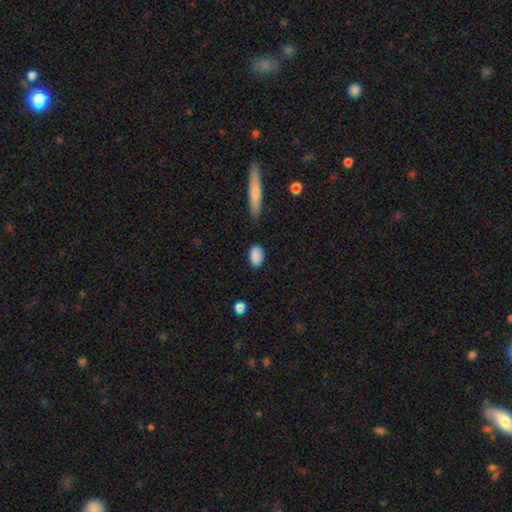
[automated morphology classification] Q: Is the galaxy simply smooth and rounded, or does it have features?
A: smooth — 88%.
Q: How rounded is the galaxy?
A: in between — 85%.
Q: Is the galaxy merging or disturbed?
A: none — 79%.